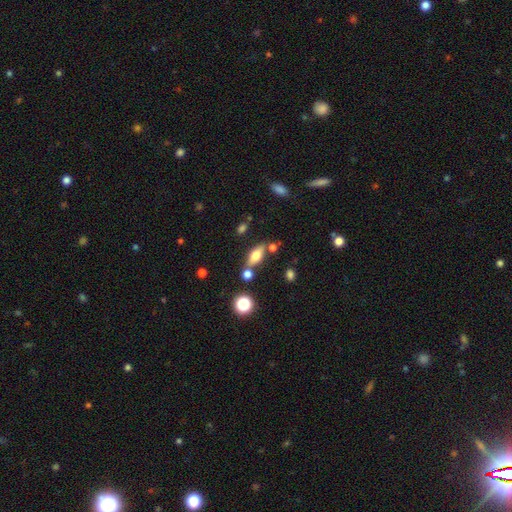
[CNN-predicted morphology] smooth_or_featured: smooth (p=0.58) [alt: featured or disk p=0.32]
how_rounded: in between (p=0.70) [alt: cigar-shaped p=0.23]
merging: none (p=0.70) [alt: minor disturbance p=0.13]